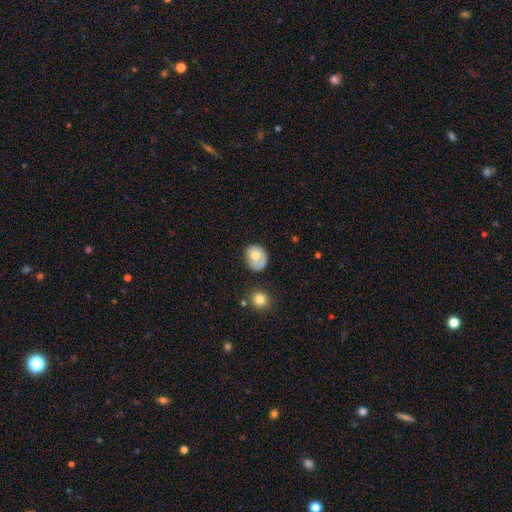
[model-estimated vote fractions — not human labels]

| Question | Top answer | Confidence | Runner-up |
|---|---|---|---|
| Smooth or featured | smooth | 69% | featured or disk (23%) |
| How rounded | round | 56% | in between (43%) |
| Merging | none | 62% | minor disturbance (26%) |